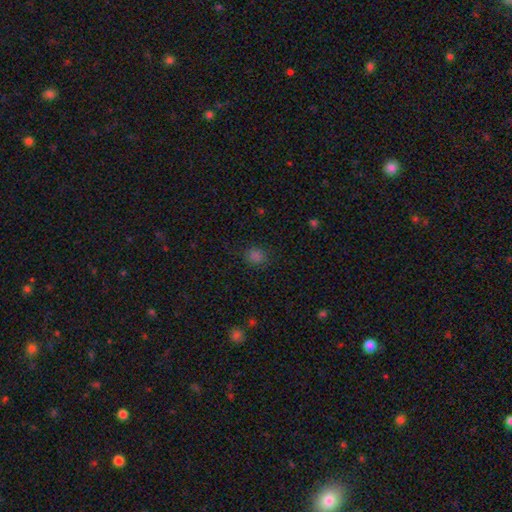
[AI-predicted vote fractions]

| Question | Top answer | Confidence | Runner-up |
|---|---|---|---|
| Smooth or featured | smooth | 77% | star or artifact (19%) |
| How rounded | round | 77% | in between (22%) |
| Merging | none | 85% | minor disturbance (10%) |